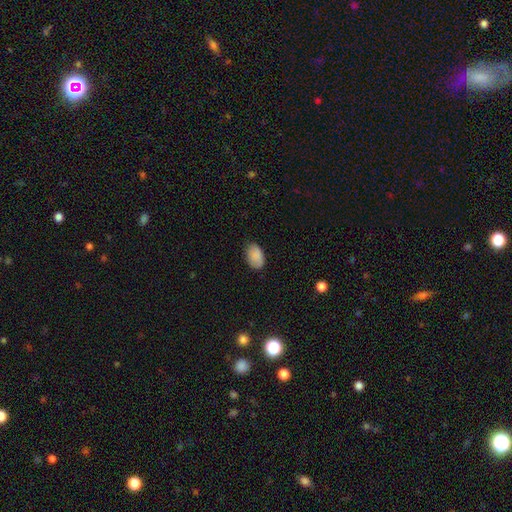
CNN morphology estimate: Overall: smooth (88%). How rounded: in between (90%). Merging: none (77%).